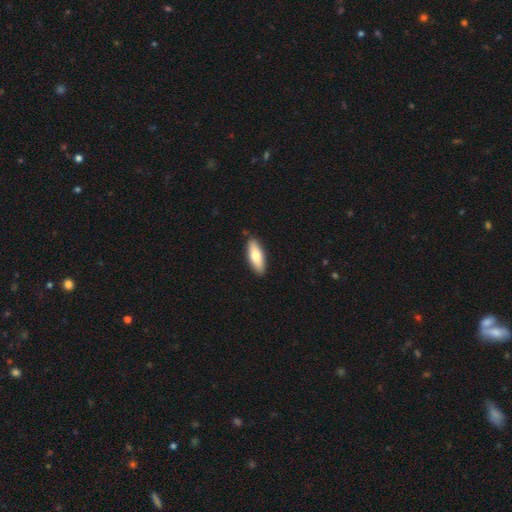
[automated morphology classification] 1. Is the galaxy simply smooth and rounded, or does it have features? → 73% smooth, 22% featured or disk, 5% star or artifact.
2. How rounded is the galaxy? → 64% in between, 34% cigar-shaped, 2% round.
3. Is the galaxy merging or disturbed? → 88% none, 9% minor disturbance, 2% major disturbance, 1% merger.